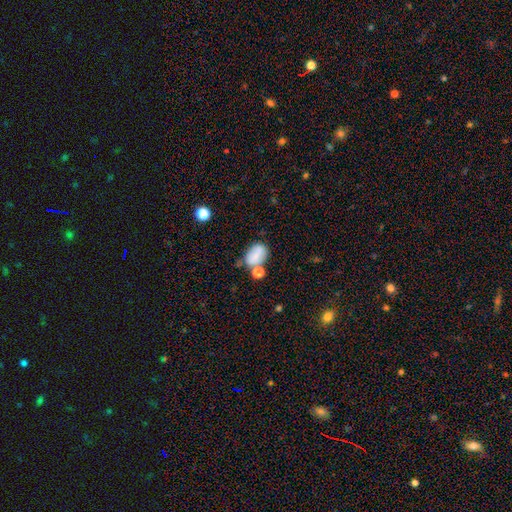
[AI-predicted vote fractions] Smooth or featured?
  - smooth: 75% *
  - featured or disk: 15%
  - star or artifact: 10%
How rounded?
  - in between: 84% *
  - round: 15%
  - cigar-shaped: 1%
Merging?
  - none: 41% *
  - merger: 26%
  - minor disturbance: 23%
  - major disturbance: 10%